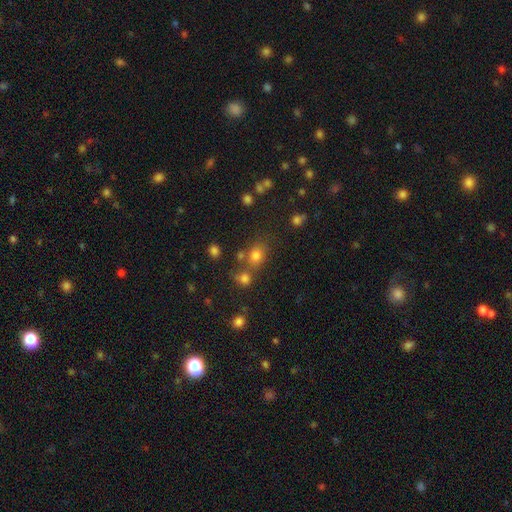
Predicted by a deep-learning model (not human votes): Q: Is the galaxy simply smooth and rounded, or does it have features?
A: smooth — 70%.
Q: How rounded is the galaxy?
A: round — 61%.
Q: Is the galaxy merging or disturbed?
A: none — 61%.